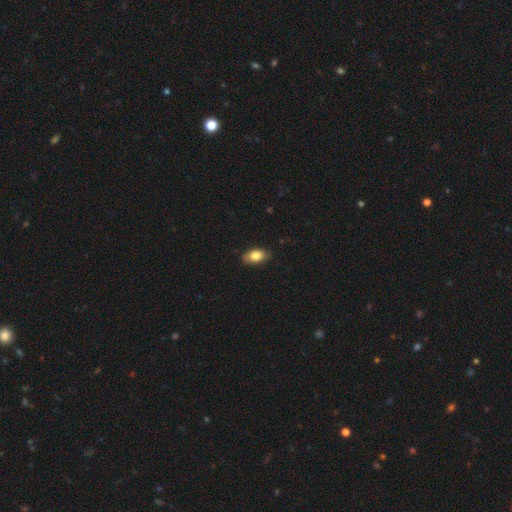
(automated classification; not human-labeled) This is clearly a smooth galaxy (82%). How rounded: clearly in between (90%). Merging: clearly none (83%).